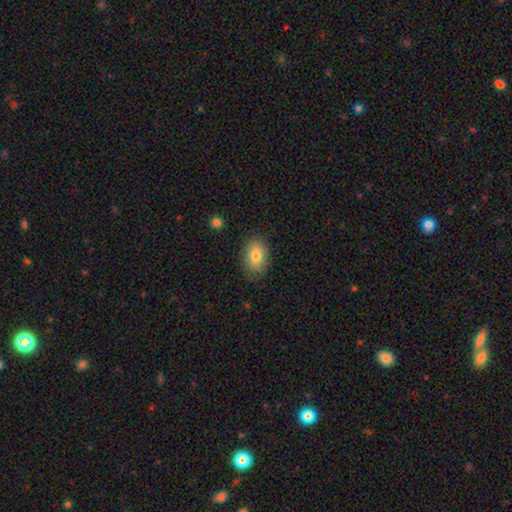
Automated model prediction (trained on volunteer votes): This appears to be a smooth galaxy with no disk features (80%) that is in between round and cigar-shaped (83%). Merging: none (81%).